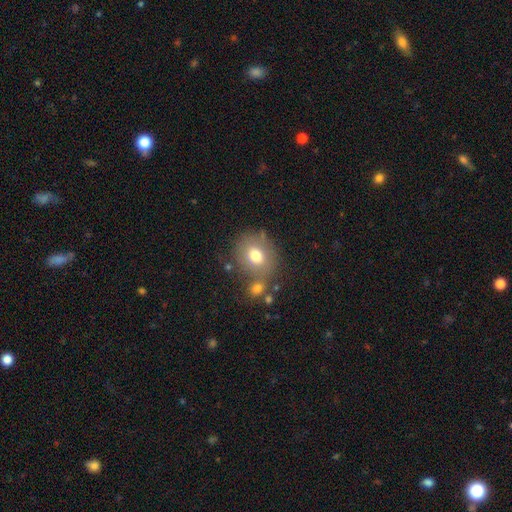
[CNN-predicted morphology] Smooth or featured? smooth (73%)
How rounded? round (67%)
Merging? none (66%)